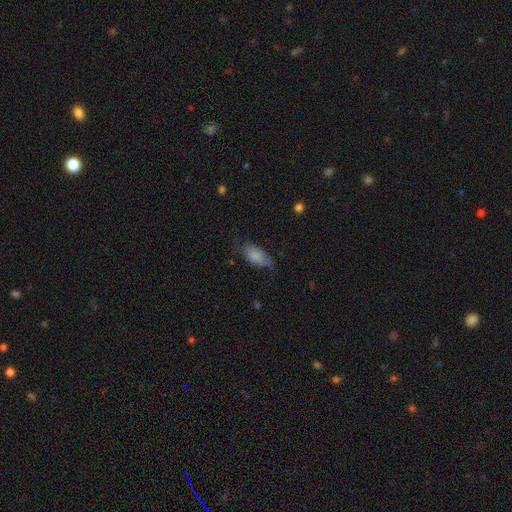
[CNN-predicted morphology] smooth-or-featured: smooth: 81% | featured or disk: 12% | star or artifact: 7%
  how-rounded: in between: 91% | cigar-shaped: 6% | round: 3%
  merging: none: 55% | minor disturbance: 33% | major disturbance: 10% | merger: 2%